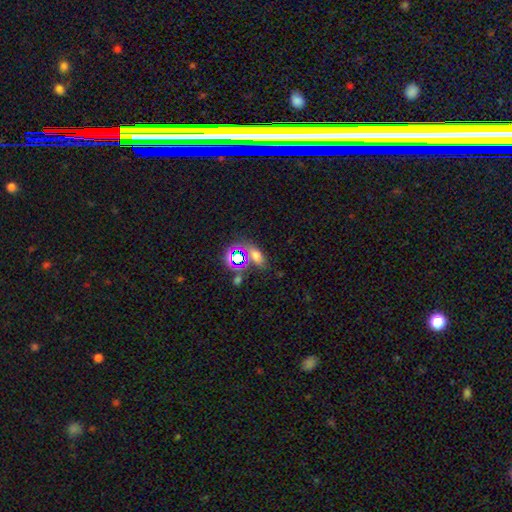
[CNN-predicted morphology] A smooth galaxy with no disk features (50%).

Vote fractions:
- Smooth or featured? smooth: 50% / star or artifact: 37% / featured or disk: 13%
- Merging? none: 57% / merger: 19% / minor disturbance: 15% / major disturbance: 9%